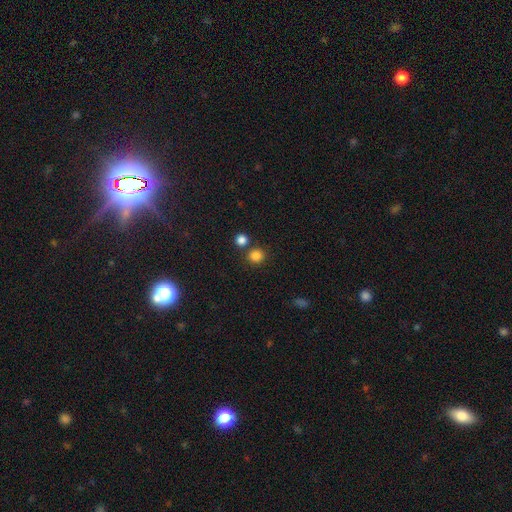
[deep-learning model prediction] Smooth or featured? Predicted: smooth (p=0.83). How rounded? Predicted: round (p=0.90). Merging? Predicted: none (p=0.76).